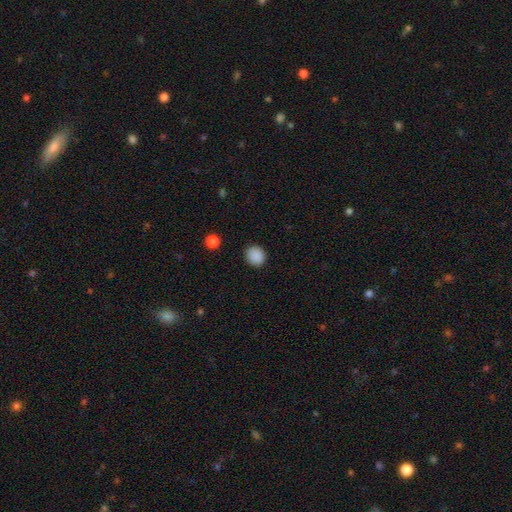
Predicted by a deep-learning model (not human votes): This appears to be a smooth galaxy with no disk features (88%) that is round (76%). Merging: none (90%).